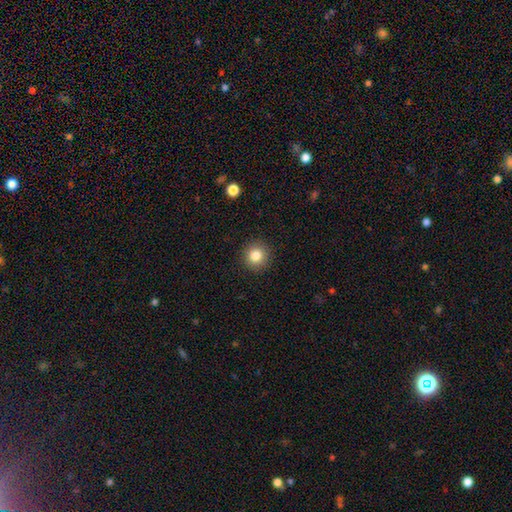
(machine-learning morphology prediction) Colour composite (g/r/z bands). It shows a smooth galaxy with no disk features (83%) that is round (93%). Merging: none (91%).